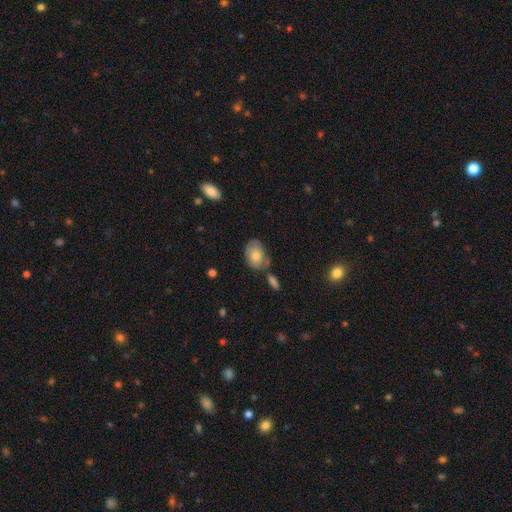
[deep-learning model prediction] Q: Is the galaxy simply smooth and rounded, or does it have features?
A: smooth — 71%.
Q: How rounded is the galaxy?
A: in between — 79%.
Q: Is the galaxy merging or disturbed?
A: none — 55%.